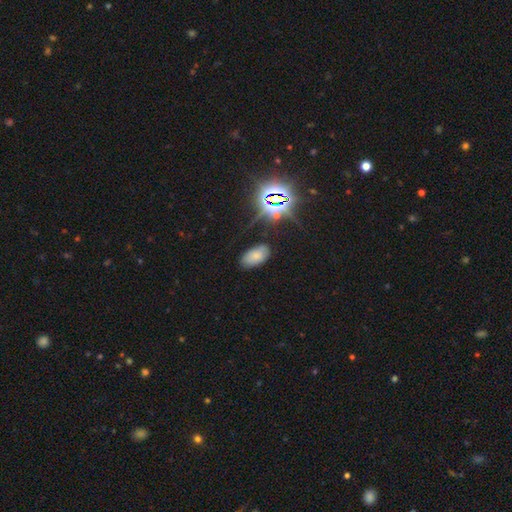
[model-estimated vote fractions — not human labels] A smooth galaxy with no disk features (67%) that is in between round and cigar-shaped (94%). Merging: none (80%).